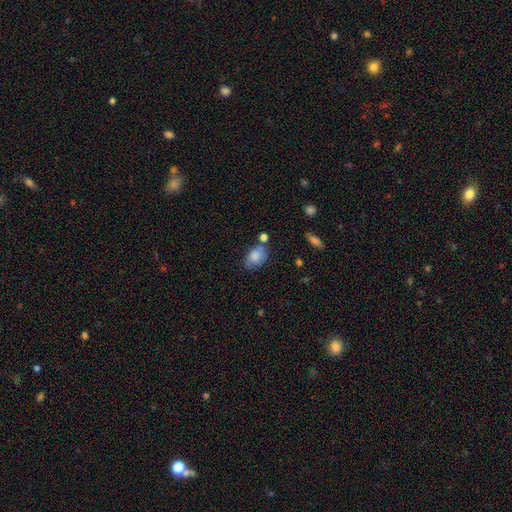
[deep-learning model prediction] A smooth galaxy with no disk features (81%) that is in between round and cigar-shaped (82%). Merging: none (60%).